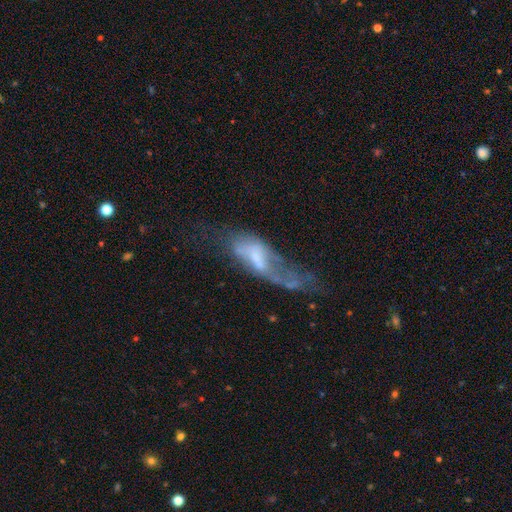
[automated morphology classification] A featured or disk galaxy (56%).

Vote fractions:
- Smooth or featured? featured or disk: 56% / smooth: 34% / star or artifact: 10%
- Edge-on disk? no: 84% / yes: 16%
- Merging? major disturbance: 47% / none: 22% / minor disturbance: 20% / merger: 11%